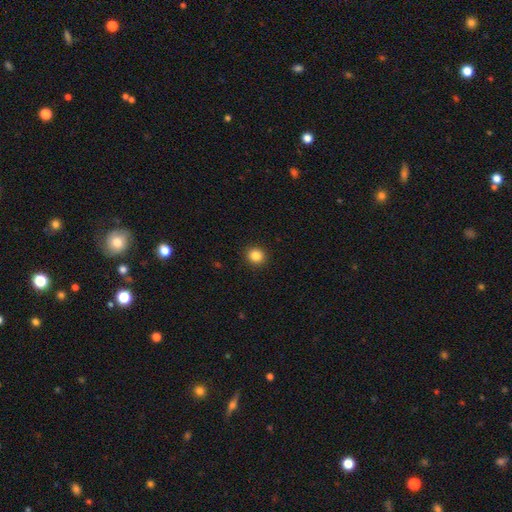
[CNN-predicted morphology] Smooth or featured? Predicted: smooth (p=0.85). How rounded? Predicted: round (p=0.89). Merging? Predicted: none (p=0.93).